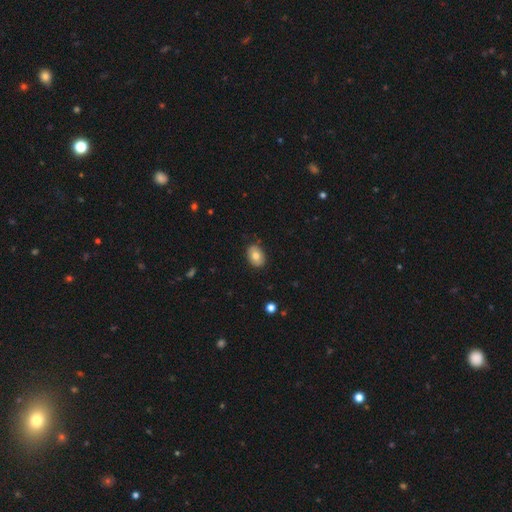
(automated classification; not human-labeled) smooth_or_featured: smooth (p=0.77) [alt: featured or disk p=0.15]
how_rounded: in between (p=0.78) [alt: round p=0.21]
merging: none (p=0.84) [alt: minor disturbance p=0.13]